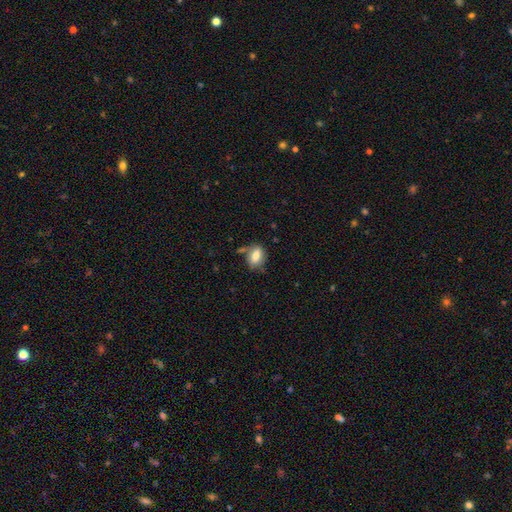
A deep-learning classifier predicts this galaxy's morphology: type=smooth (75%); roundness=in between (78%); merging=none (60%).